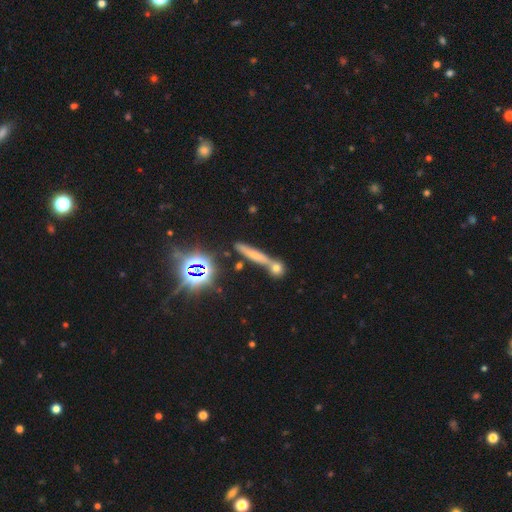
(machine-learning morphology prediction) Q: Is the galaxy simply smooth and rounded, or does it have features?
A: smooth — 44%.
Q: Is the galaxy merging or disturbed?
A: none — 61%.